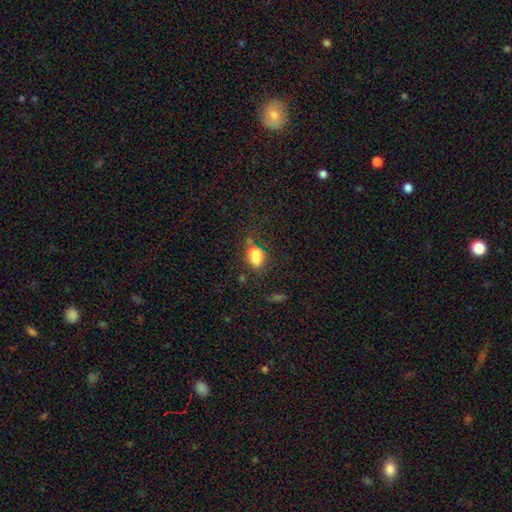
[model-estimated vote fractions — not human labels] smooth 82%, star or artifact 11%, featured or disk 7%. Down the decision tree: how rounded — in between (81%); merging — none (54%).